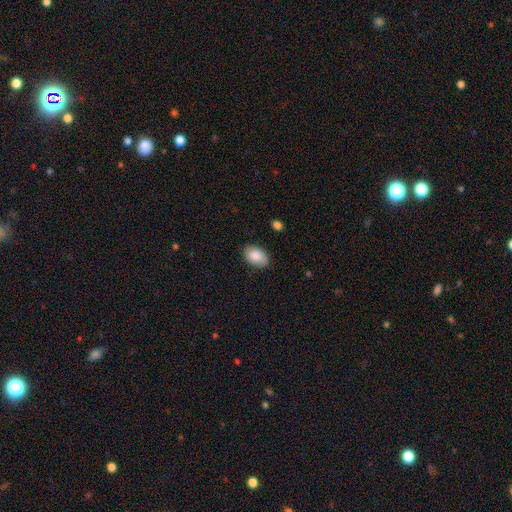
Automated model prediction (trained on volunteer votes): Q: Smooth or featured?
A: smooth (87%); runner-up: star or artifact (7%)
Q: How rounded?
A: in between (88%); runner-up: round (11%)
Q: Merging?
A: none (83%); runner-up: minor disturbance (13%)